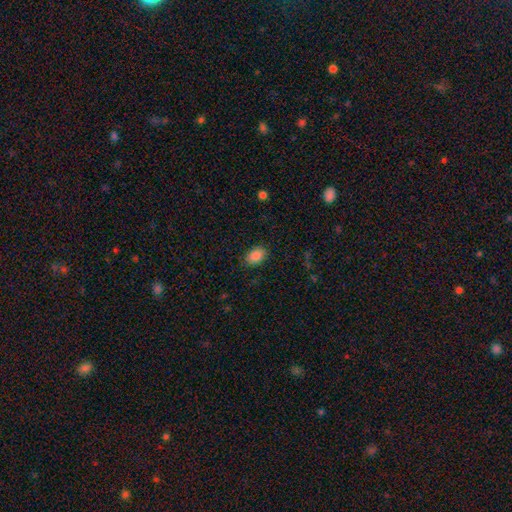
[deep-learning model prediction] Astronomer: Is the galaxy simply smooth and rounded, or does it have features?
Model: smooth — 88%.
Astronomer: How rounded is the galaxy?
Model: in between — 87%.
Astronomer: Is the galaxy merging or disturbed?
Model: none — 85%.